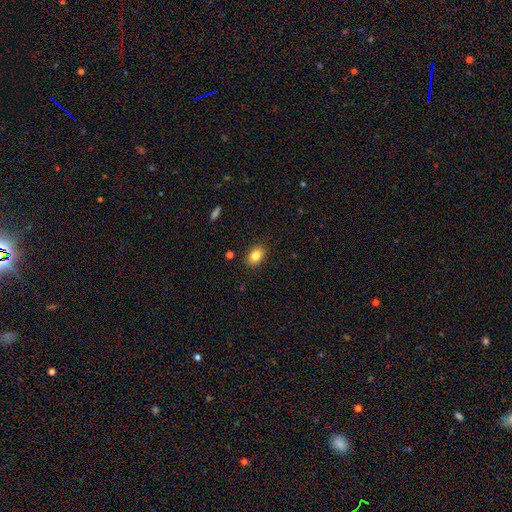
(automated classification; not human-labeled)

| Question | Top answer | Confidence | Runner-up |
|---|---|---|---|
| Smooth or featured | smooth | 83% | star or artifact (10%) |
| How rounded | in between | 77% | round (22%) |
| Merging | none | 88% | minor disturbance (9%) |